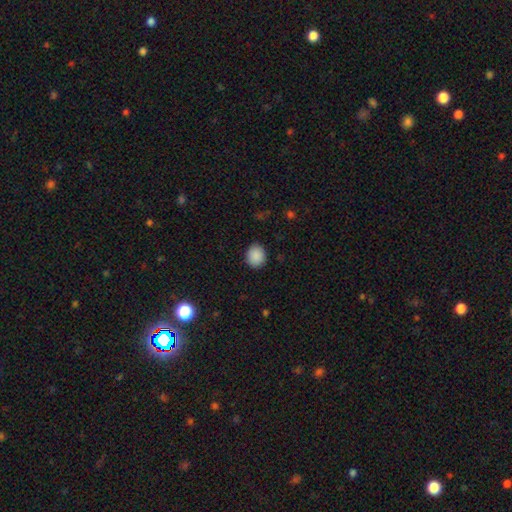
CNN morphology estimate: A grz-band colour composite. It shows a smooth galaxy with no disk features (89%) that is round (72%). Merging: none (89%).